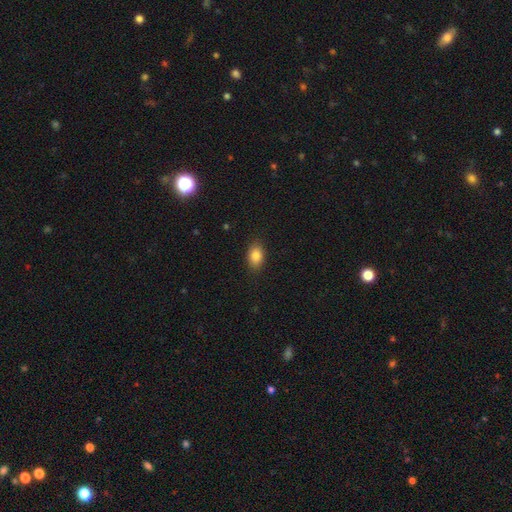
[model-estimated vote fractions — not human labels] smooth_or_featured: smooth (p=0.85) [alt: star or artifact p=0.09]
how_rounded: in between (p=0.83) [alt: round p=0.15]
merging: none (p=0.87) [alt: minor disturbance p=0.10]